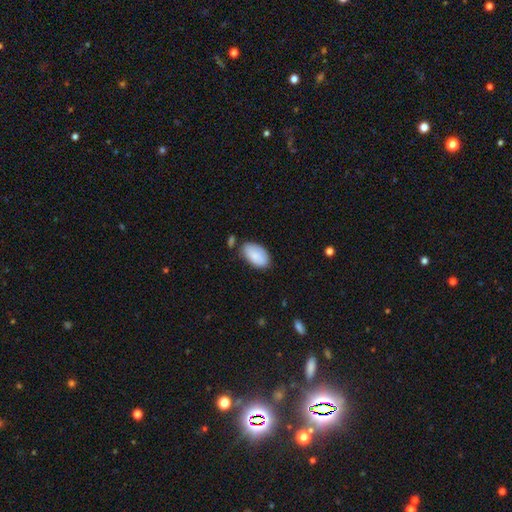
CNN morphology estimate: smooth 87%, featured or disk 7%, star or artifact 6%. Down the decision tree: how rounded — in between (95%); merging — none (68%).